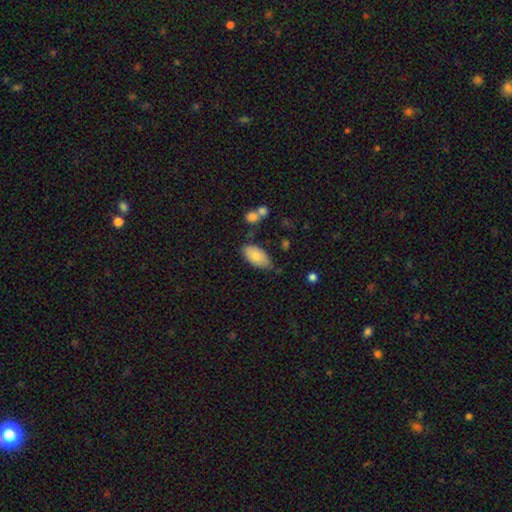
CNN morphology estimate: A smooth galaxy with no disk features (82%) that is in between round and cigar-shaped (94%).

Vote fractions:
- Smooth or featured? smooth: 82% / featured or disk: 11% / star or artifact: 6%
- How rounded? in between: 94% / cigar-shaped: 4% / round: 3%
- Merging? none: 70% / minor disturbance: 22% / merger: 4% / major disturbance: 4%